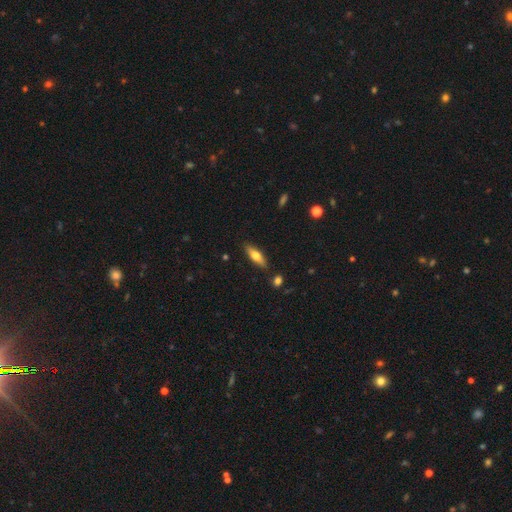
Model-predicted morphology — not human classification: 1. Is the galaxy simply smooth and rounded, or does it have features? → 56% smooth, 38% featured or disk, 6% star or artifact.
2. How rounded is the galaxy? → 56% cigar-shaped, 41% in between, 2% round.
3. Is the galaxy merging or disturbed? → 86% none, 10% minor disturbance, 2% merger, 2% major disturbance.